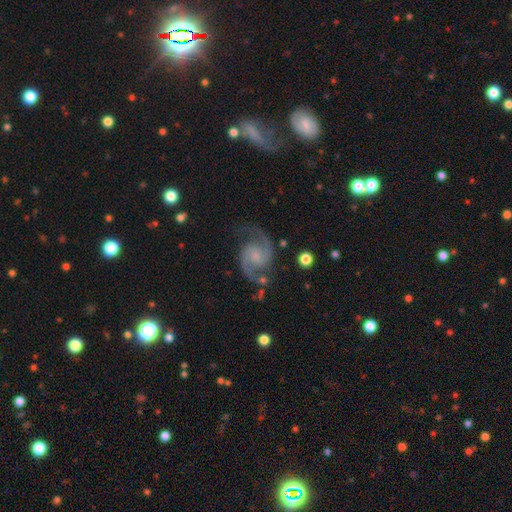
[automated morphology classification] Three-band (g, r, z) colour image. It shows a featured or disk galaxy (93%) with no bar (62%), 2 (94%) medium (64%) spiral arms (98%) and a small central bulge (41%). Merging: none (79%).